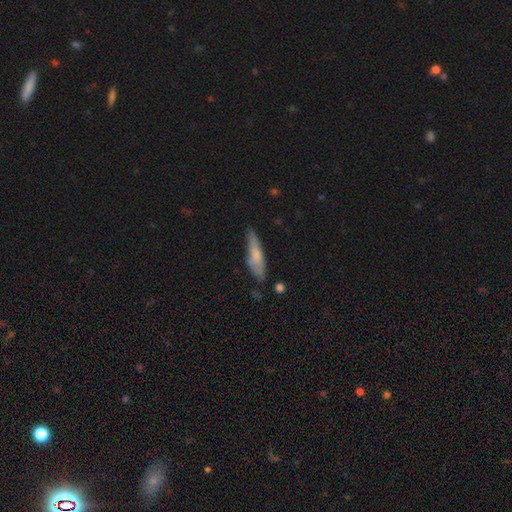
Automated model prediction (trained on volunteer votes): smooth-or-featured: smooth: 65% | featured or disk: 29% | star or artifact: 6%
  how-rounded: cigar-shaped: 74% | in between: 24% | round: 2%
  merging: none: 68% | minor disturbance: 24% | major disturbance: 5% | merger: 3%